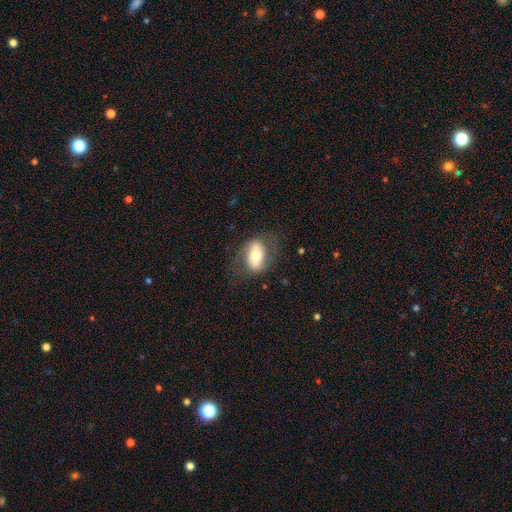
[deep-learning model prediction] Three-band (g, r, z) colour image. It shows a smooth galaxy with no disk features (53%) that is in between round and cigar-shaped (86%). Merging: none (70%).